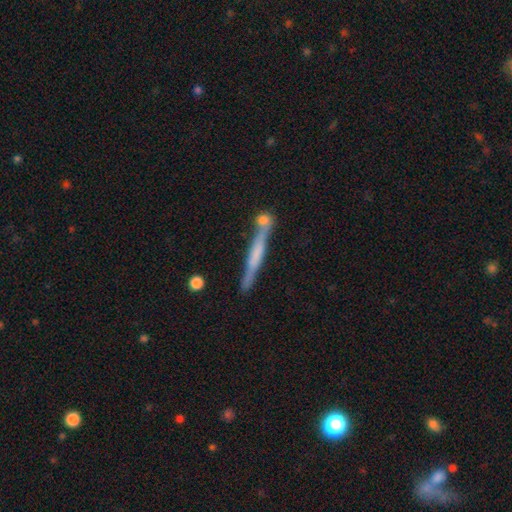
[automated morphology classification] The model was most divided on "smooth or featured": featured or disk: 53%, smooth: 41%, star or artifact: 6%. More confident: edge-on disk — yes (93%); merging — none (61%).